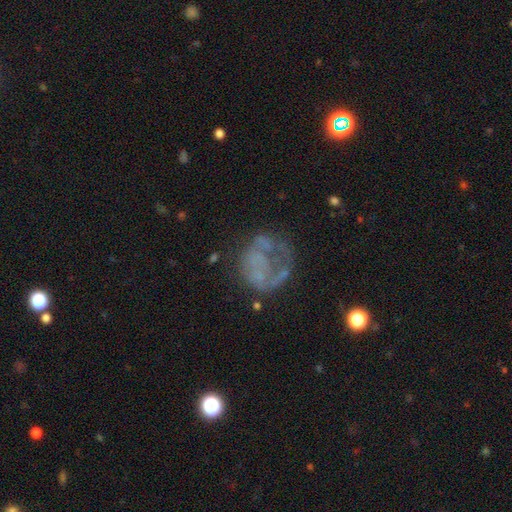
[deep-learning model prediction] smooth_or_featured: featured or disk (p=0.60) [alt: smooth p=0.27]
disk_edge_on: no (p=0.98) [alt: yes p=0.02]
bar: no (p=0.91) [alt: weak p=0.07]
has_spiral_arms: no (p=0.75) [alt: yes p=0.25]
bulge_size: none (p=0.79) [alt: small p=0.11]
merging: major disturbance (p=0.38) [tied with: none p=0.38]